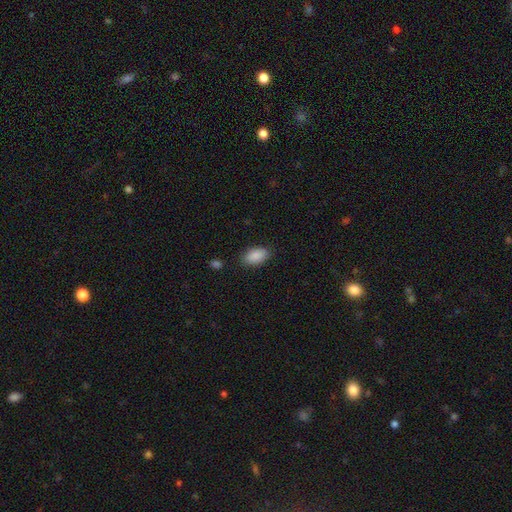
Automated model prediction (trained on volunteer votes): Q: Smooth or featured?
A: smooth (89%); runner-up: star or artifact (7%)
Q: How rounded?
A: in between (93%); runner-up: round (4%)
Q: Merging?
A: none (84%); runner-up: minor disturbance (12%)